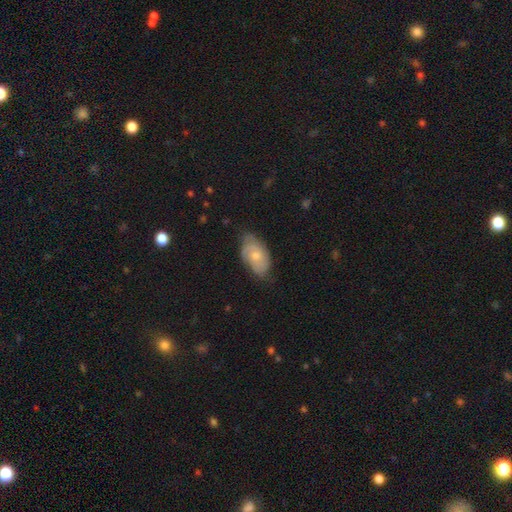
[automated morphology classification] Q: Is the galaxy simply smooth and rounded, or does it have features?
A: smooth — 55%.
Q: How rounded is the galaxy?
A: in between — 92%.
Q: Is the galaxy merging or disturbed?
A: none — 60%.